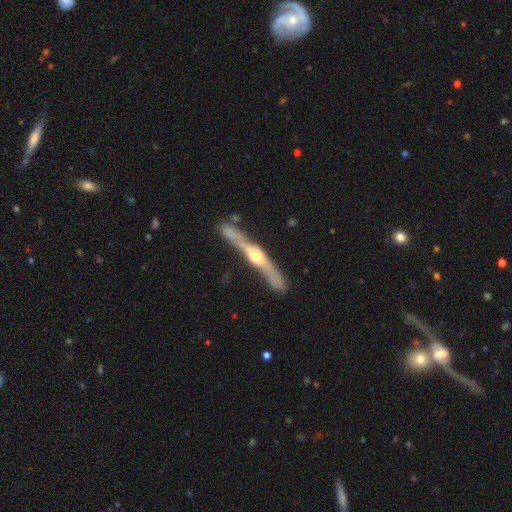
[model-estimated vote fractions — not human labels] Smooth or featured? featured or disk (79%)
Edge-on disk? yes (95%)
Edge-on bulge? rounded (90%)
Merging? none (75%)